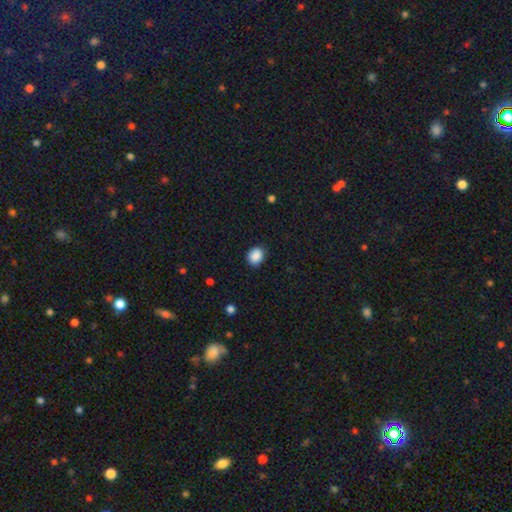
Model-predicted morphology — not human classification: Smooth or featured? Predicted: smooth (p=0.89). How rounded? Predicted: round (p=0.62). Merging? Predicted: none (p=0.87).